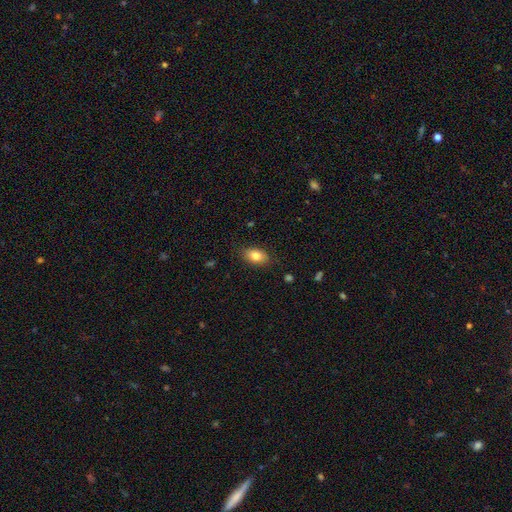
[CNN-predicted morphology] The model was most divided on "smooth or featured": smooth: 82%, featured or disk: 10%, star or artifact: 8%. More confident: how rounded — in between (87%); merging — none (84%).